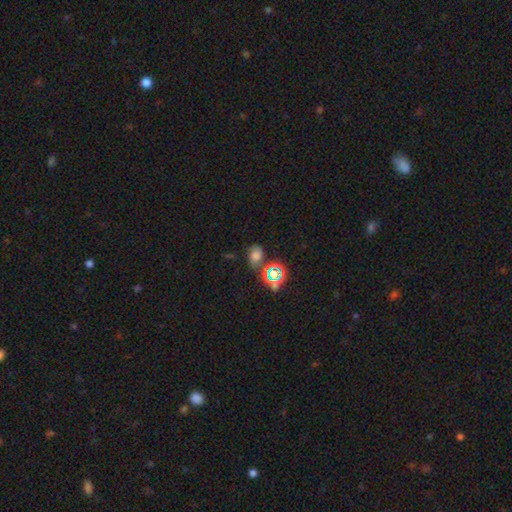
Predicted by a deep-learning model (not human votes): Smooth or featured? smooth (53%)
How rounded? in between (64%)
Merging? none (54%)